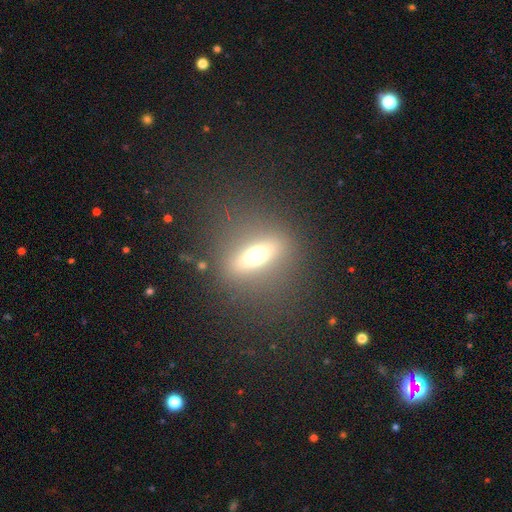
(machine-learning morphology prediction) smooth-or-featured: smooth: 49% | featured or disk: 35% | star or artifact: 16%
  merging: none: 81% | minor disturbance: 9% | major disturbance: 7% | merger: 2%